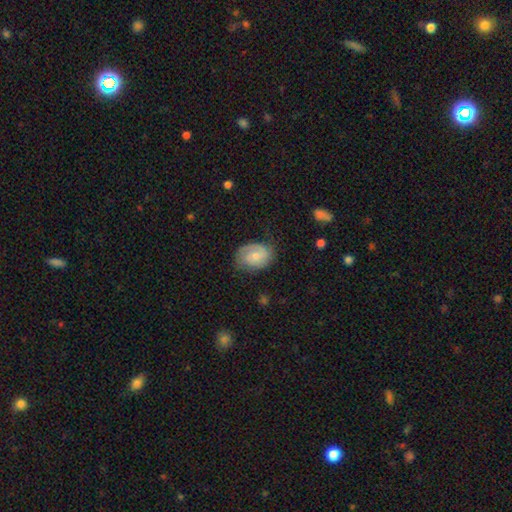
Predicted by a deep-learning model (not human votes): This is possibly a featured or disk galaxy (55%). It is clearly not viewed edge-on (97%). Bar: likely no (61%). Spiral arm pattern: clearly yes (86%). Central bulge: possibly small (47%). Merging: likely none (67%).